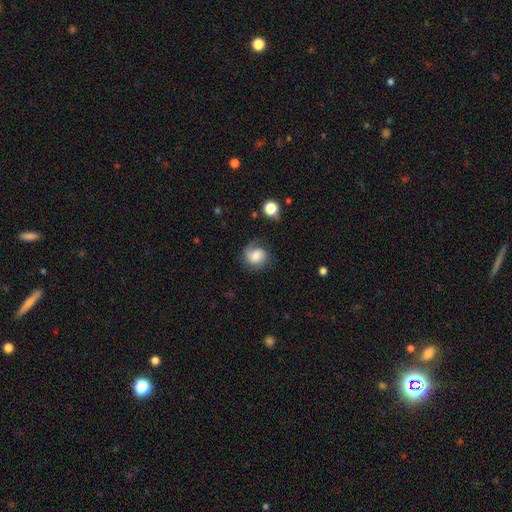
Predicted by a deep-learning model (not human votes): This appears to be a smooth galaxy with no disk features (53%) that is round (75%). Merging: none (62%).